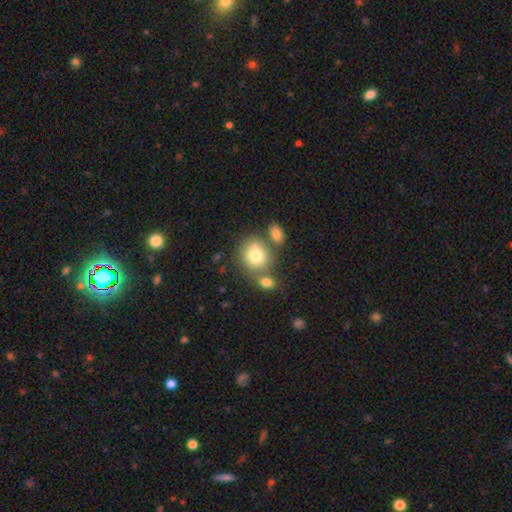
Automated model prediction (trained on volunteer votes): Smooth or featured? smooth (77%)
How rounded? round (74%)
Merging? none (54%)